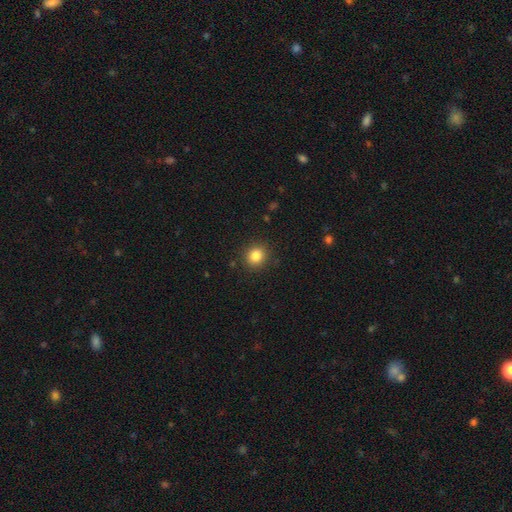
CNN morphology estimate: Smooth or featured? Predicted: smooth (p=0.84). How rounded? Predicted: round (p=0.84). Merging? Predicted: none (p=0.89).